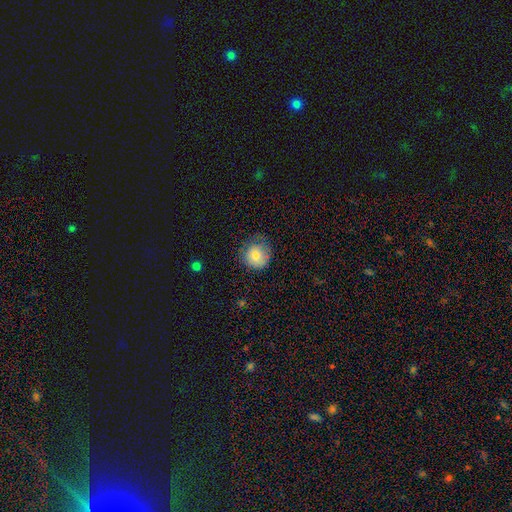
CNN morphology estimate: Q: Smooth or featured?
A: smooth (77%); runner-up: featured or disk (14%)
Q: How rounded?
A: round (90%); runner-up: in between (10%)
Q: Merging?
A: none (64%); runner-up: minor disturbance (25%)